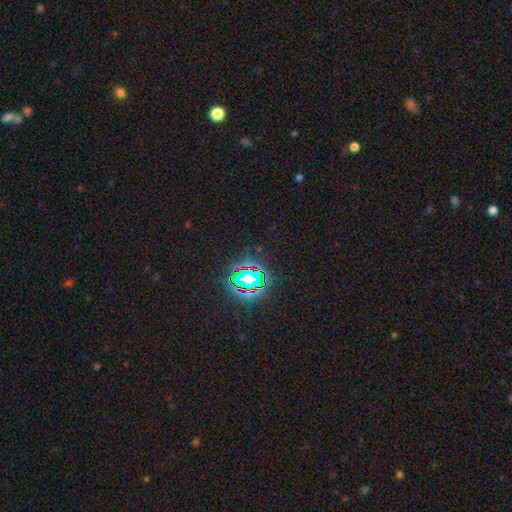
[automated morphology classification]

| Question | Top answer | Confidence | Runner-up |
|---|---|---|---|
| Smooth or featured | star or artifact | 83% | smooth (11%) |